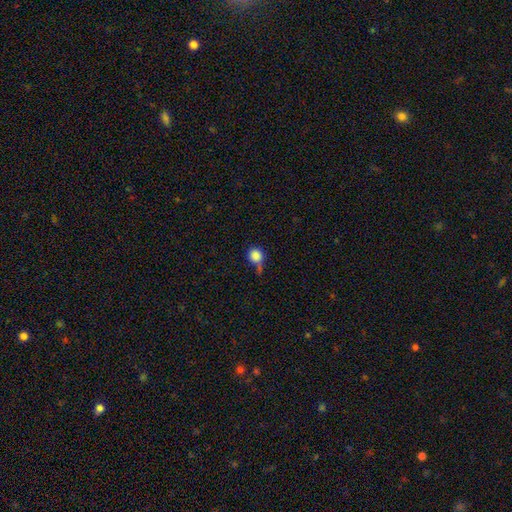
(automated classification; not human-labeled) A smooth galaxy with no disk features (85%) that is round (89%).

Vote fractions:
- Smooth or featured? smooth: 85% / star or artifact: 9% / featured or disk: 6%
- How rounded? round: 89% / in between: 10% / cigar-shaped: 1%
- Merging? none: 43% / minor disturbance: 28% / major disturbance: 15% / merger: 14%